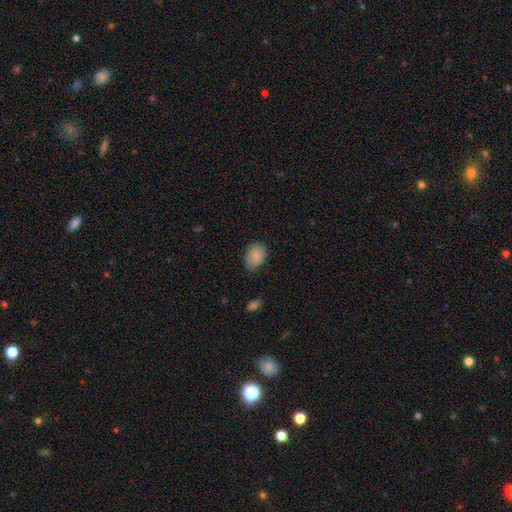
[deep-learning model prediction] Smooth or featured? Predicted: smooth (p=0.87). How rounded? Predicted: in between (p=0.81). Merging? Predicted: none (p=0.71).